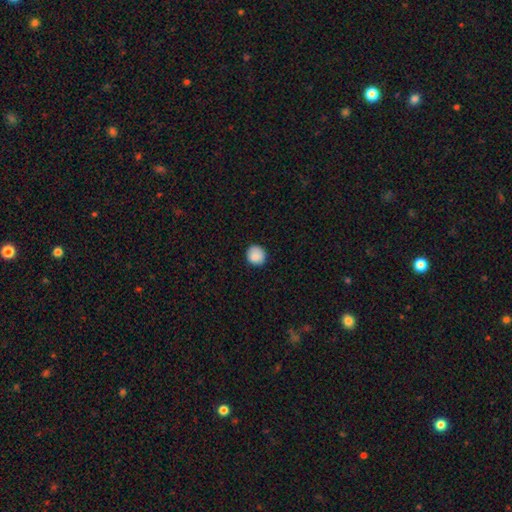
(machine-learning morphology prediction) This is clearly a smooth galaxy (87%). How rounded: clearly round (89%). Merging: clearly none (87%).